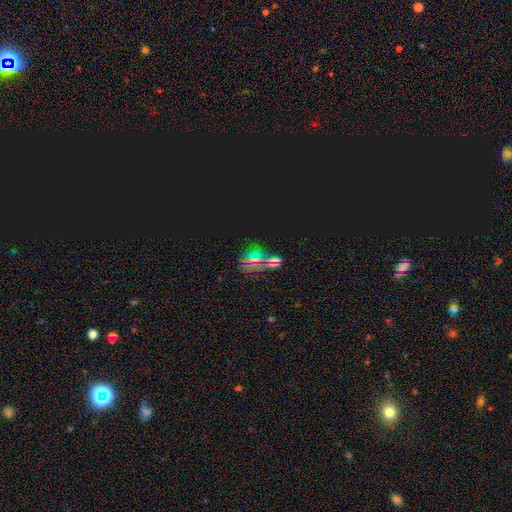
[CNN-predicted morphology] type=star or artifact (72%).